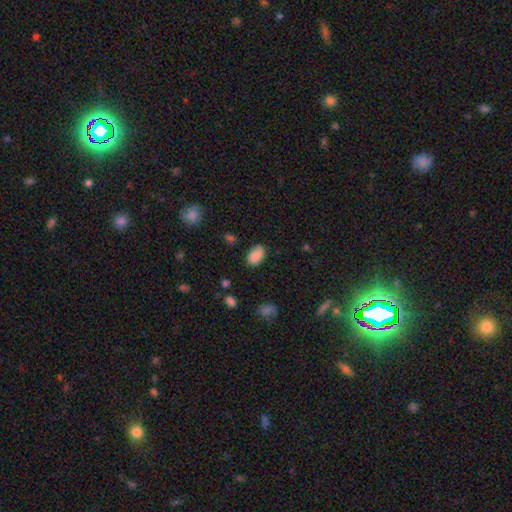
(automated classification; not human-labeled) A smooth galaxy with no disk features (82%) that is in between round and cigar-shaped (89%). Merging: none (77%).